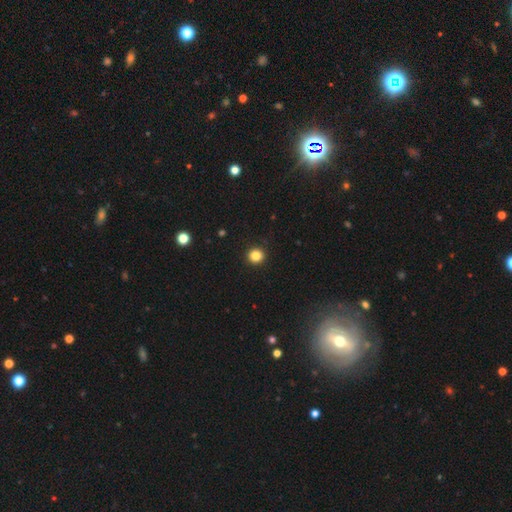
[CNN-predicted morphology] A smooth galaxy with no disk features (84%) that is round (94%).

Vote fractions:
- Smooth or featured? smooth: 84% / star or artifact: 11% / featured or disk: 4%
- How rounded? round: 94% / in between: 5% / cigar-shaped: 1%
- Merging? none: 93% / minor disturbance: 4% / major disturbance: 2% / merger: 1%